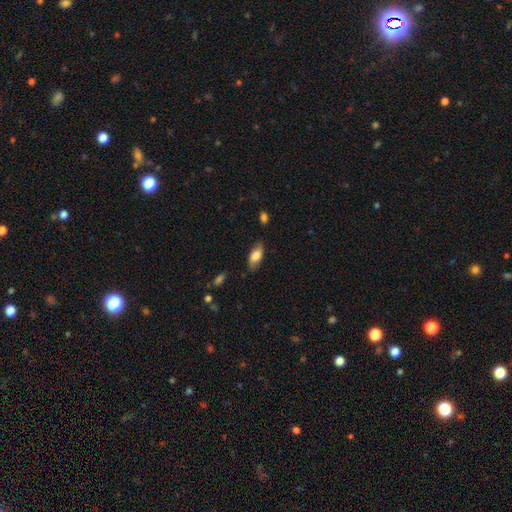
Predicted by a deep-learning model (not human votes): The model was most divided on "smooth or featured": smooth: 76%, featured or disk: 17%, star or artifact: 7%. More confident: how rounded — in between (87%); merging — none (77%).